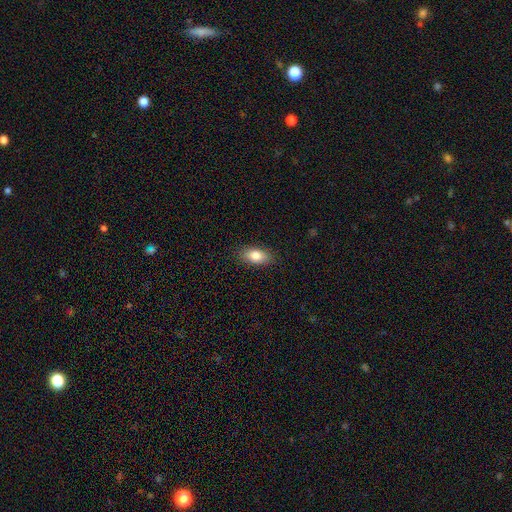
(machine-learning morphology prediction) This is clearly a smooth galaxy (84%). How rounded: clearly in between (88%). Merging: clearly none (87%).